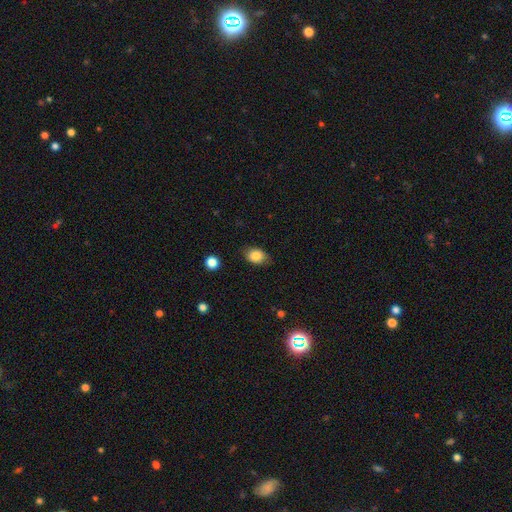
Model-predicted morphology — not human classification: A smooth galaxy with no disk features (85%) that is in between round and cigar-shaped (72%). Merging: none (80%).